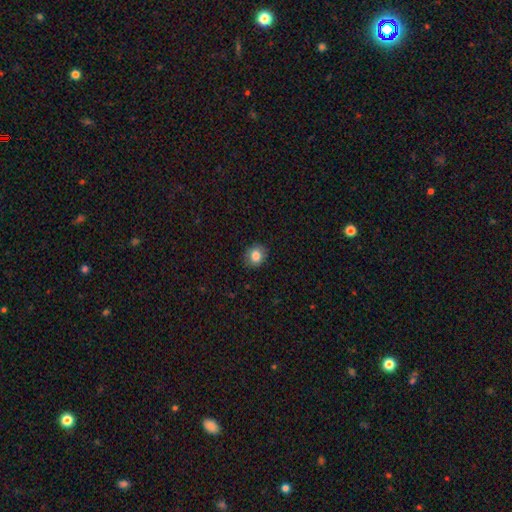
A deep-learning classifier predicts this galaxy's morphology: Q: Smooth or featured?
A: smooth (84%); runner-up: star or artifact (9%)
Q: How rounded?
A: round (71%); runner-up: in between (28%)
Q: Merging?
A: none (88%); runner-up: minor disturbance (9%)